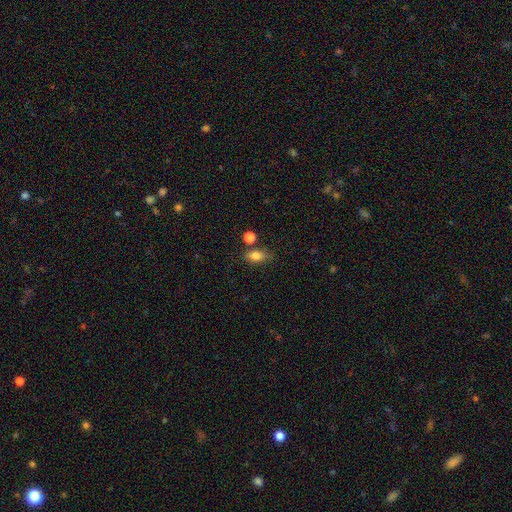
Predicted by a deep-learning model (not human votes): This appears to be a smooth galaxy with no disk features (79%) that is in between round and cigar-shaped (78%). Merging: none (69%).